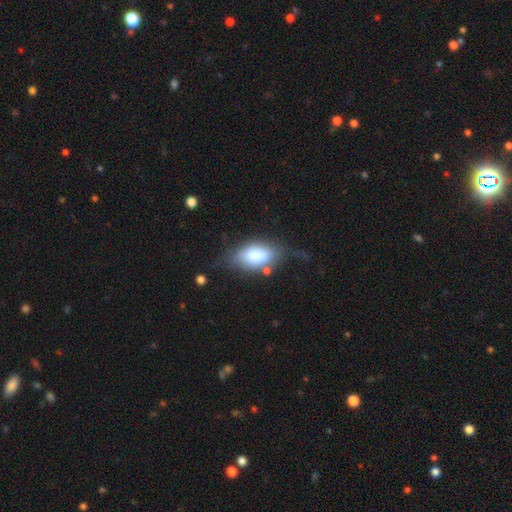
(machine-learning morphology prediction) smooth 75%, featured or disk 17%, star or artifact 7%. Down the decision tree: how rounded — in between (91%); merging — none (47%).